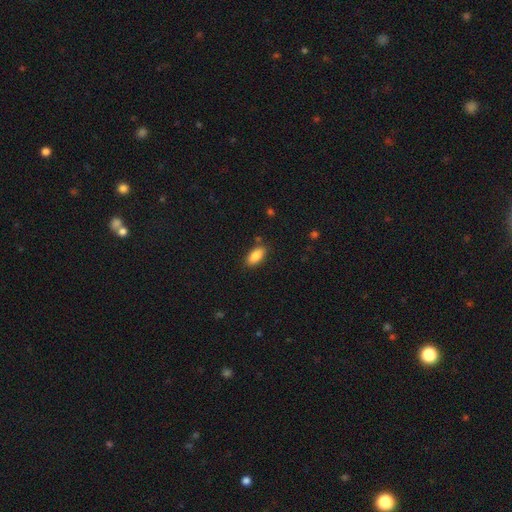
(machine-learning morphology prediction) Smooth or featured: smooth — 87% (star or artifact — 7%)
How rounded: in between — 89% (cigar-shaped — 8%)
Merging: none — 84% (minor disturbance — 11%)